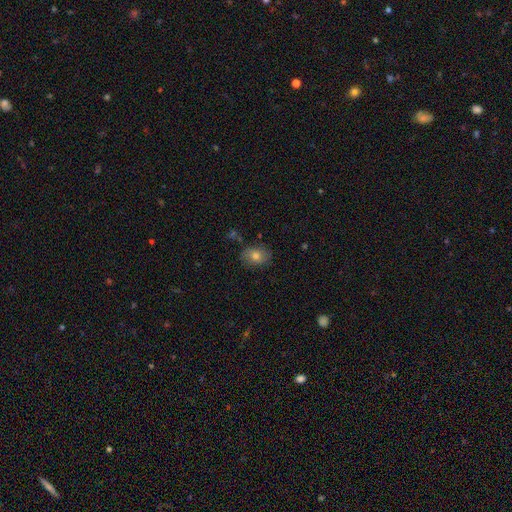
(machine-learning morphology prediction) The model was most divided on "how rounded": in between: 64%, round: 34%, cigar-shaped: 1%. More confident: merging — none (80%); smooth or featured — smooth (71%).